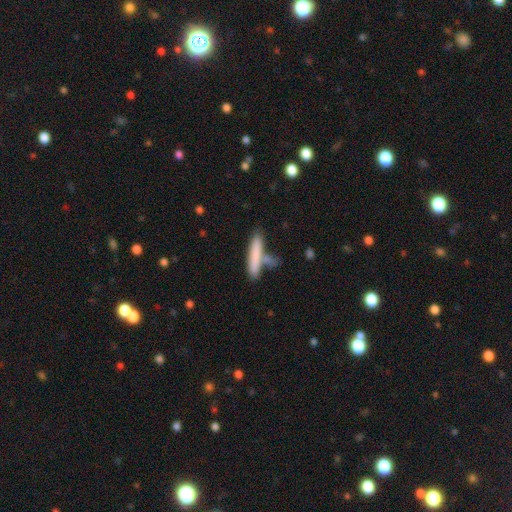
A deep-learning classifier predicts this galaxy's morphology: smooth-or-featured: smooth: 76% | featured or disk: 17% | star or artifact: 6%
  how-rounded: cigar-shaped: 89% | in between: 10% | round: 2%
  merging: none: 63% | merger: 18% | minor disturbance: 14% | major disturbance: 5%